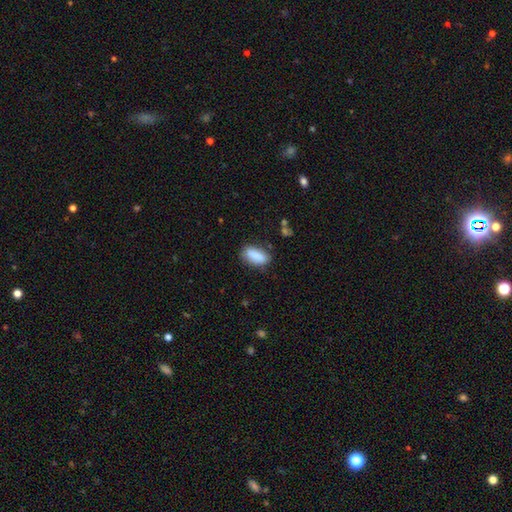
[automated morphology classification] This appears to be a smooth galaxy with no disk features (88%) that is in between round and cigar-shaped (86%). Merging: none (79%).